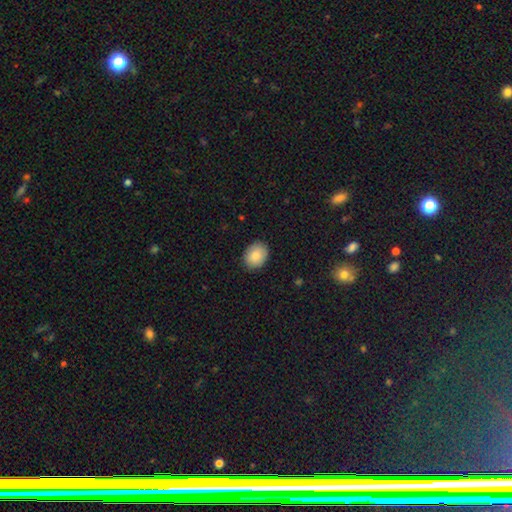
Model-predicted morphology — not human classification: This is clearly a smooth galaxy (86%). How rounded: possibly in between (51%). Merging: clearly none (87%).